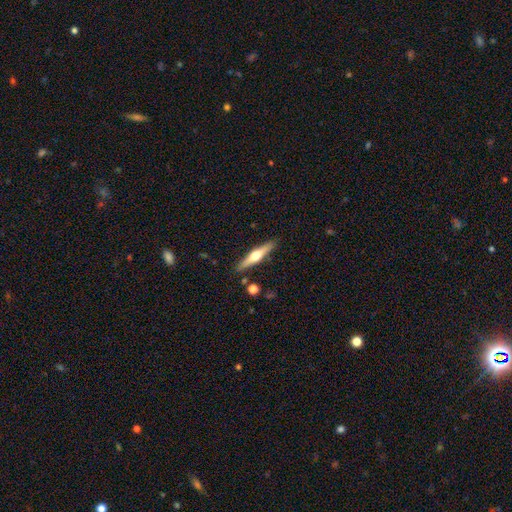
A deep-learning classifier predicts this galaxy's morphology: Smooth or featured? featured or disk (64%)
Edge-on disk? yes (97%)
Edge-on bulge? rounded (93%)
Merging? none (88%)